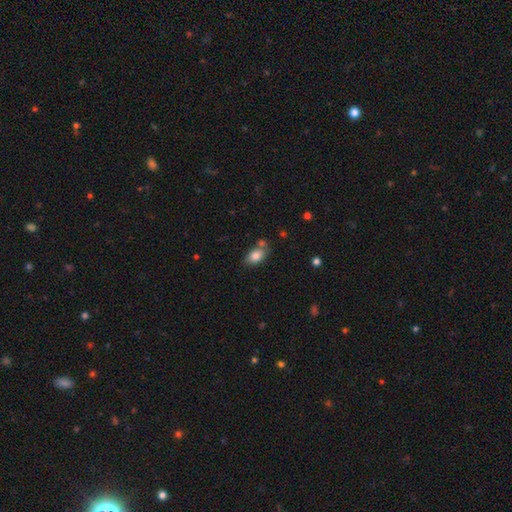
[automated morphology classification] Smooth or featured? Predicted: smooth (p=0.81). How rounded? Predicted: in between (p=0.88). Merging? Predicted: none (p=0.61).